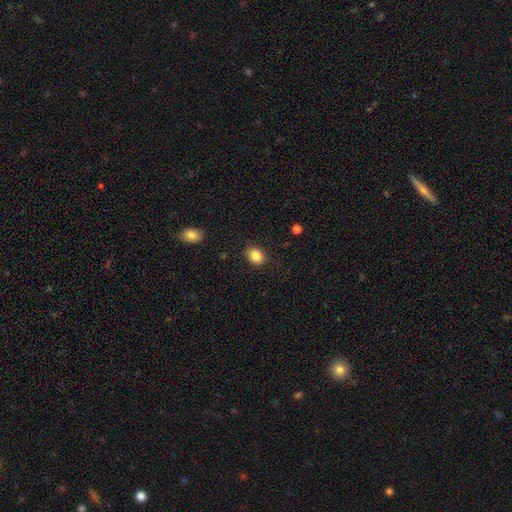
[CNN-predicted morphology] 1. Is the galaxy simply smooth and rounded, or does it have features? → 86% smooth, 9% star or artifact, 5% featured or disk.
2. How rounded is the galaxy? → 55% in between, 44% round, 1% cigar-shaped.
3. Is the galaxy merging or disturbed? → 87% none, 9% minor disturbance, 2% major disturbance, 1% merger.